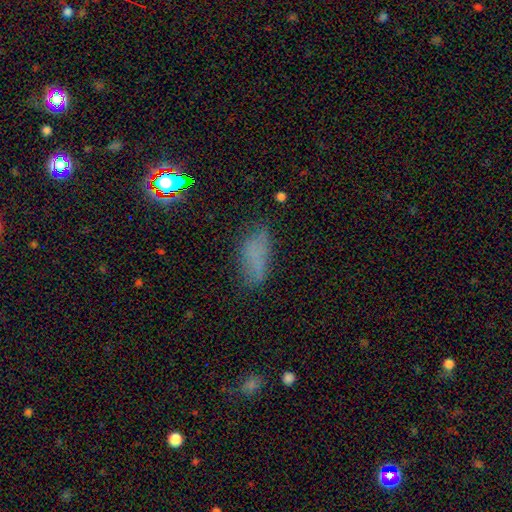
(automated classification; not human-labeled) A smooth galaxy with no disk features (61%) that is in between round and cigar-shaped (75%).

Vote fractions:
- Smooth or featured? smooth: 61% / star or artifact: 22% / featured or disk: 17%
- How rounded? in between: 75% / cigar-shaped: 20% / round: 4%
- Merging? none: 58% / minor disturbance: 26% / major disturbance: 13% / merger: 3%